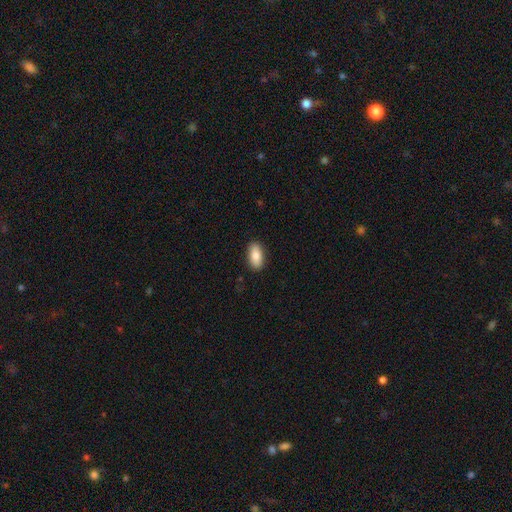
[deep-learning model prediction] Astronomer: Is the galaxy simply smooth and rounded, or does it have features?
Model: smooth — 84%.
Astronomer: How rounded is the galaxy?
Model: in between — 90%.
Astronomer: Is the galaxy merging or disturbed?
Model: none — 89%.